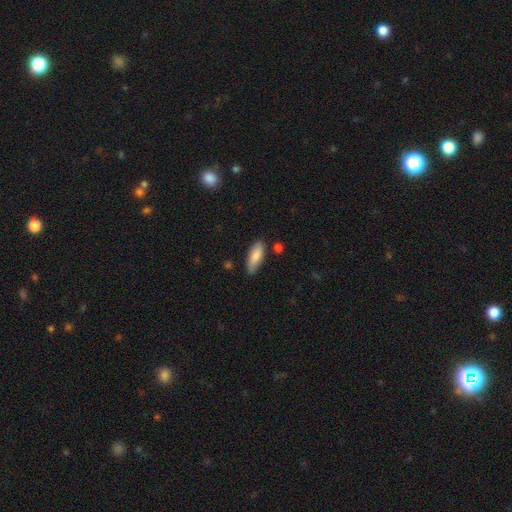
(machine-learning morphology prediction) Smooth or featured?
  - smooth: 84% *
  - featured or disk: 10%
  - star or artifact: 6%
How rounded?
  - in between: 72% *
  - cigar-shaped: 27%
  - round: 2%
Merging?
  - none: 78% *
  - minor disturbance: 16%
  - major disturbance: 3%
  - merger: 3%